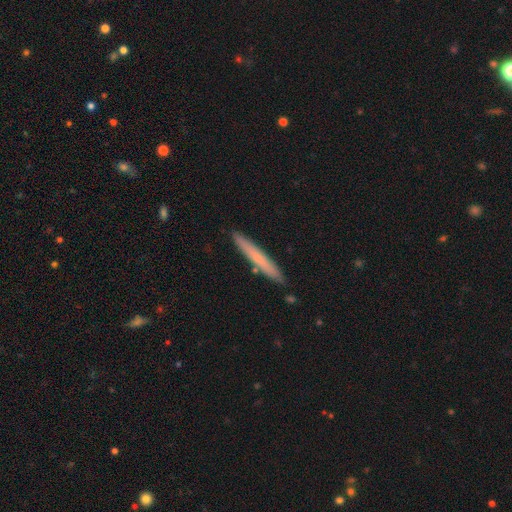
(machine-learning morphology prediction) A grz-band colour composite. It shows a smooth galaxy with no disk features (53%) that is cigar-shaped (96%). Merging: none (90%).